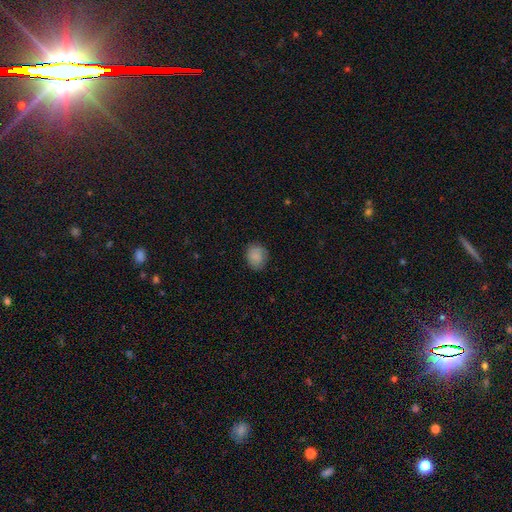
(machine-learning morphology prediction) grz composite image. It shows a smooth galaxy with no disk features (84%) that is round (56%). Merging: none (77%).